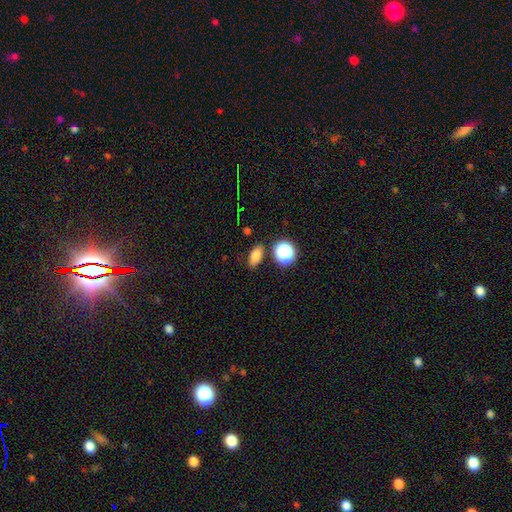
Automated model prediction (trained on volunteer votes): This is likely a smooth galaxy (76%). How rounded: likely in between (80%). Merging: clearly none (82%).